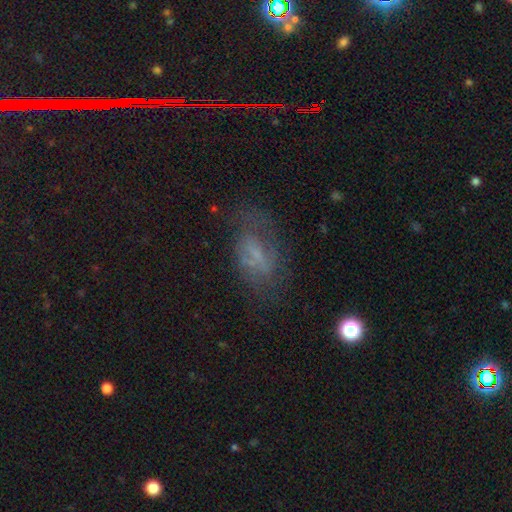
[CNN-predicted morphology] Q: Smooth or featured?
A: featured or disk (44%); runner-up: smooth (39%)
Q: Merging?
A: none (51%); runner-up: major disturbance (24%)